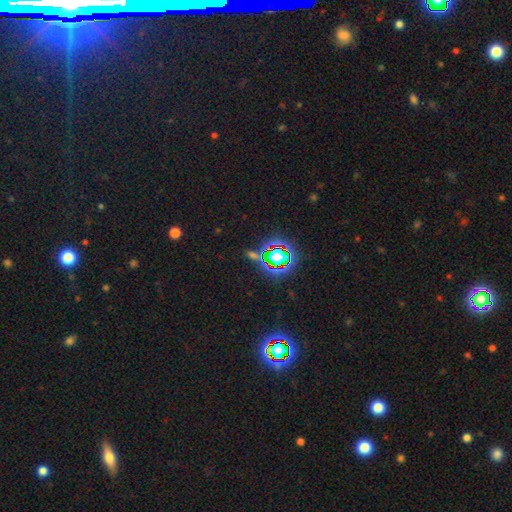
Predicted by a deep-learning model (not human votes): The model was most divided on "smooth or featured": star or artifact: 75%, smooth: 16%, featured or disk: 9%.